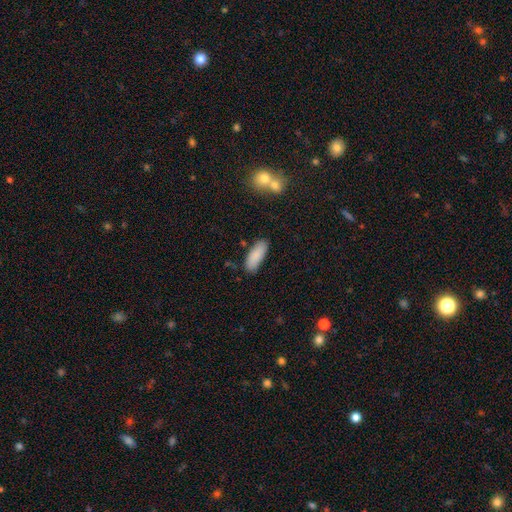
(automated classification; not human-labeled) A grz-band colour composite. It shows a smooth galaxy with no disk features (88%) that is in between round and cigar-shaped (73%). Merging: none (83%).